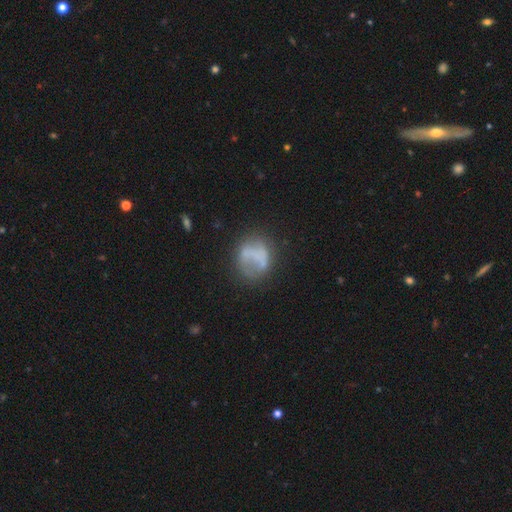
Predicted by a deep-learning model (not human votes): This appears to be a smooth galaxy with no disk features (52%) that is round (77%). Merging: none (50%).